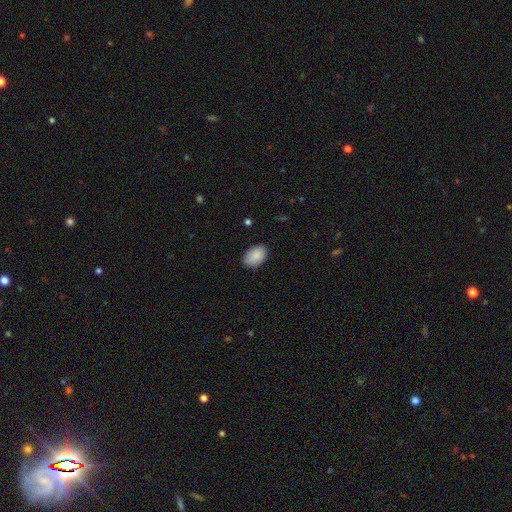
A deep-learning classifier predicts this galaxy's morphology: Smooth or featured? smooth (89%)
How rounded? in between (87%)
Merging? none (84%)